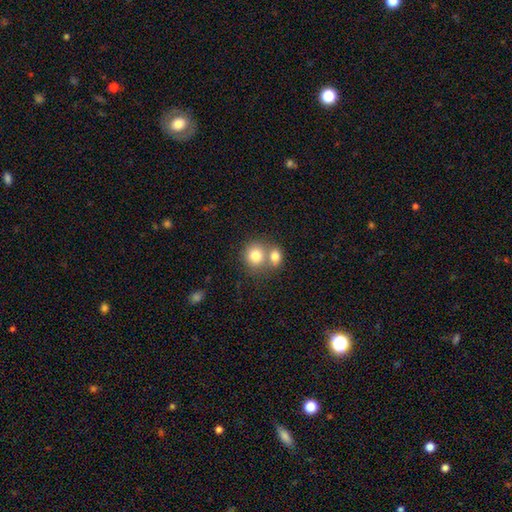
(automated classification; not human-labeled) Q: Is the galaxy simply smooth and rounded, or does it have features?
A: smooth — 79%.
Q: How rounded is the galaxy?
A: round — 78%.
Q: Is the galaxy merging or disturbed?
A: merger — 50%.